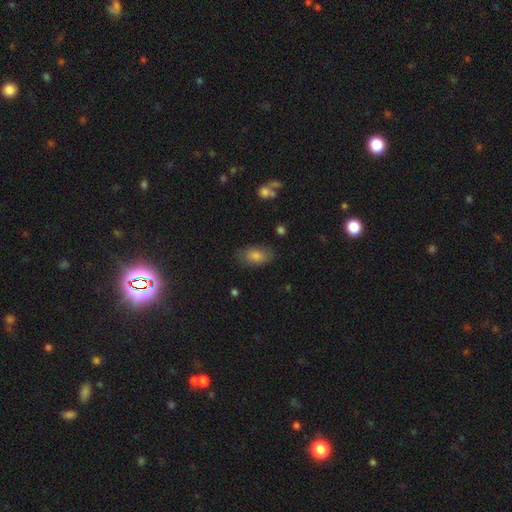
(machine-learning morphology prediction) This appears to be a smooth galaxy with no disk features (76%) that is in between round and cigar-shaped (91%). Merging: none (78%).